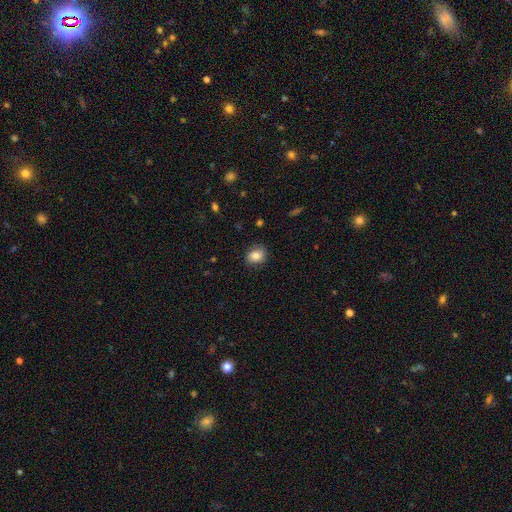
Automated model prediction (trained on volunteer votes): smooth-or-featured: smooth: 83% | star or artifact: 9% | featured or disk: 8%
  how-rounded: round: 55% | in between: 44% | cigar-shaped: 1%
  merging: none: 82% | minor disturbance: 14% | major disturbance: 3% | merger: 1%